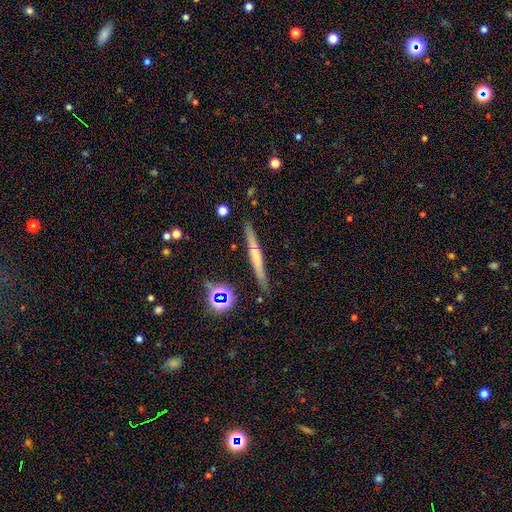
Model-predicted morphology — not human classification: Q: Smooth or featured?
A: featured or disk (51%); runner-up: smooth (38%)
Q: Edge-on disk?
A: yes (96%); runner-up: no (4%)
Q: Merging?
A: none (87%); runner-up: minor disturbance (9%)